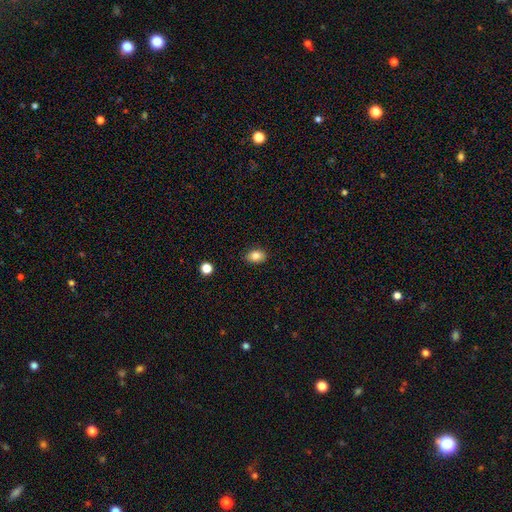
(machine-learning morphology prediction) smooth_or_featured: smooth (p=0.84) [alt: star or artifact p=0.09]
how_rounded: in between (p=0.80) [alt: round p=0.19]
merging: none (p=0.88) [alt: minor disturbance p=0.09]